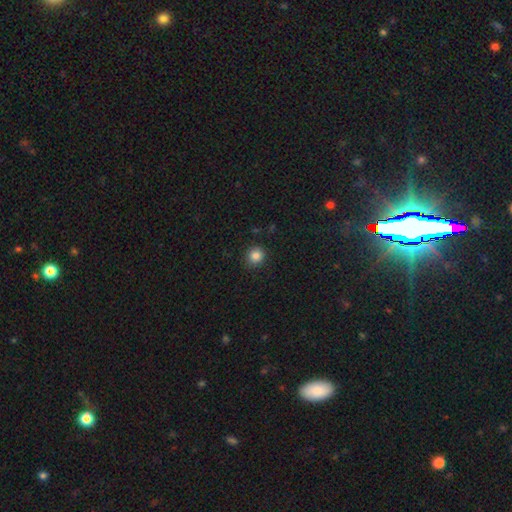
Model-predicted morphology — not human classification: A smooth galaxy with no disk features (85%) that is round (88%). Merging: none (88%).